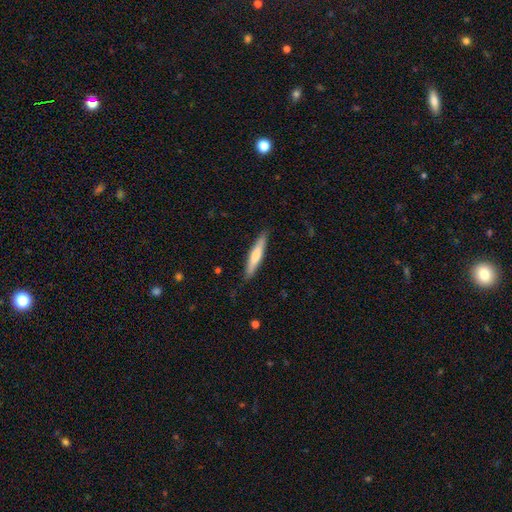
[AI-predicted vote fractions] Morphology: type=smooth (66%); roundness=cigar-shaped (91%); merging=none (87%).